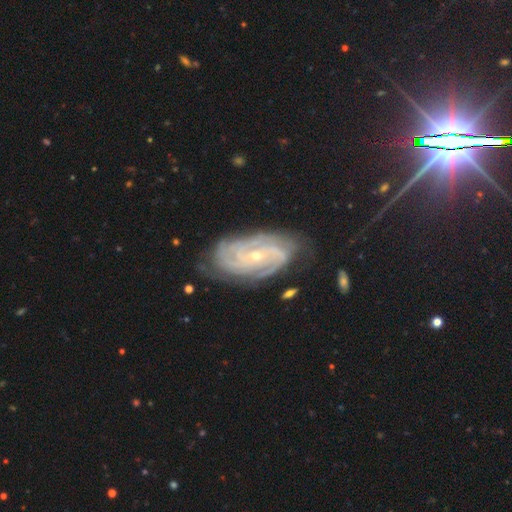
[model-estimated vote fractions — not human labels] smooth-or-featured: featured or disk: 89% | star or artifact: 6% | smooth: 5%
  disk-edge-on: no: 96% | yes: 4%
    bar: no: 63% | weak: 27% | strong: 10%
    has-spiral-arms: yes: 98% | no: 2%
      spiral-winding: tight: 69% | medium: 26% | loose: 5%
      spiral-arm-count: 3: 26% | 4: 20% | can't tell: 20% | 2: 19% | more than 4: 8% | 1: 7%
    bulge-size: small: 71% | moderate: 27% | none: 1% | large: 1% | dominant: 1%
  merging: none: 74% | minor disturbance: 19% | major disturbance: 6% | merger: 2%